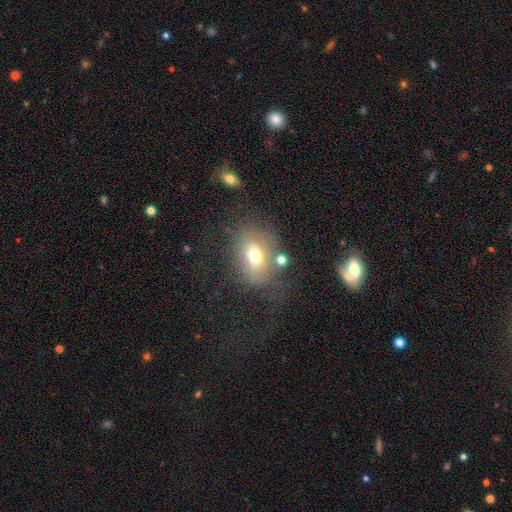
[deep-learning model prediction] The model was most divided on "merging": none: 59%, minor disturbance: 20%, major disturbance: 13%, merger: 9%. More confident: how rounded — in between (69%); smooth or featured — smooth (65%).